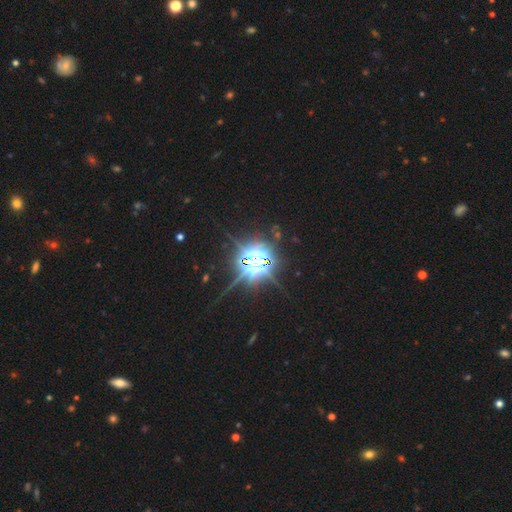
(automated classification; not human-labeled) smooth_or_featured: star or artifact (p=0.76) [alt: featured or disk p=0.14]